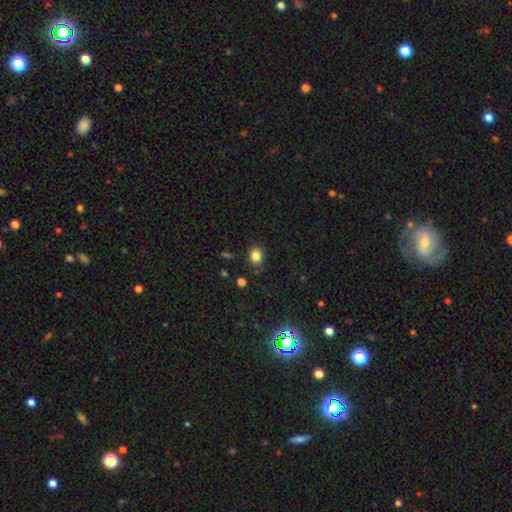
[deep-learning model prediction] Smooth or featured? smooth (82%)
How rounded? round (58%)
Merging? none (85%)